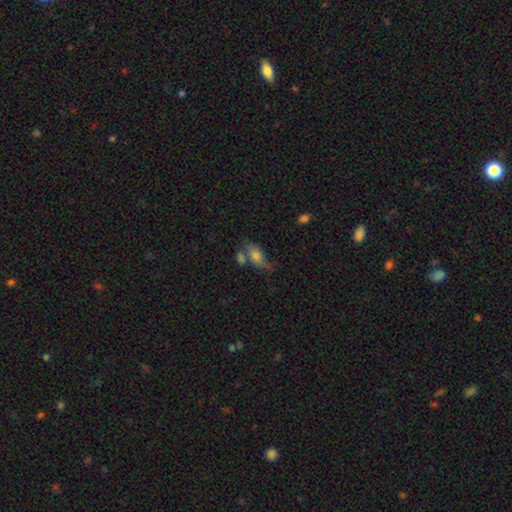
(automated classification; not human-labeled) Q: Smooth or featured?
A: smooth (59%); runner-up: featured or disk (30%)
Q: How rounded?
A: in between (80%); runner-up: cigar-shaped (12%)
Q: Merging?
A: none (35%); runner-up: merger (27%)